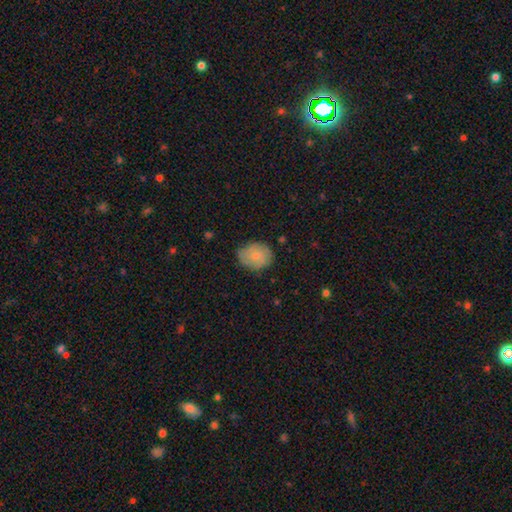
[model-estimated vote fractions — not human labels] smooth 63%, featured or disk 29%, star or artifact 7%. Down the decision tree: how rounded — round (59%); merging — none (74%).